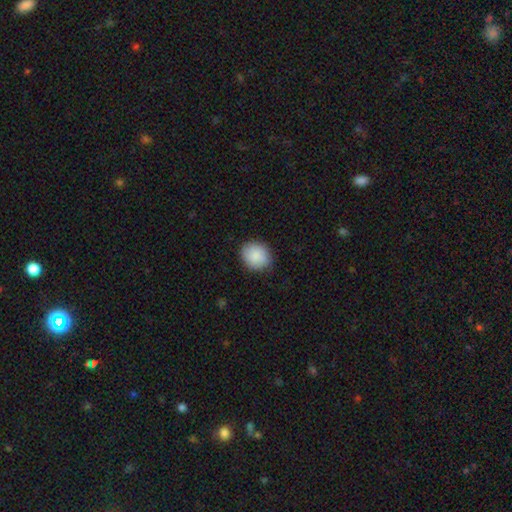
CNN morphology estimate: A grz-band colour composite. It shows a smooth galaxy with no disk features (88%) that is round (70%). Merging: none (83%).